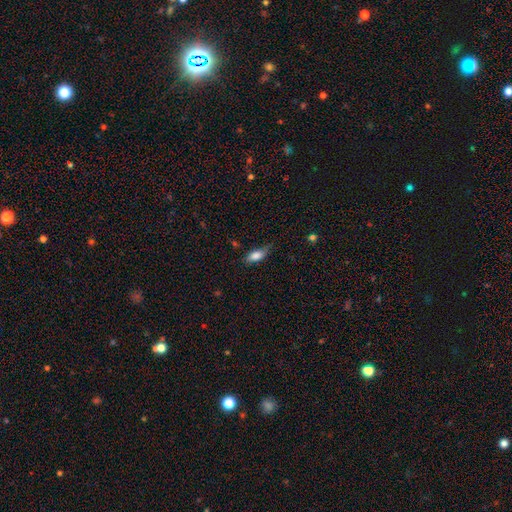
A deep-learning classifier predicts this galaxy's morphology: A smooth galaxy with no disk features (80%) that is in between round and cigar-shaped (78%).

Vote fractions:
- Smooth or featured? smooth: 80% / featured or disk: 12% / star or artifact: 8%
- How rounded? in between: 78% / cigar-shaped: 19% / round: 3%
- Merging? none: 58% / minor disturbance: 32% / major disturbance: 8% / merger: 2%